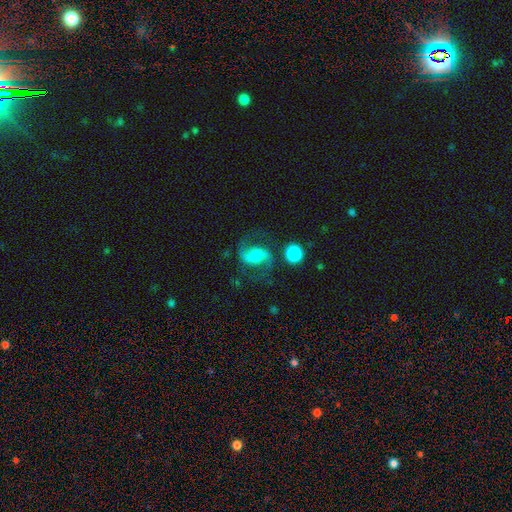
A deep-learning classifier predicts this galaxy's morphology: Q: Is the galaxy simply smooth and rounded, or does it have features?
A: featured or disk — 81%.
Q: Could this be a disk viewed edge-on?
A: no — 98%.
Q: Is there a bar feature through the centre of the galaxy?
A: weak — 42%.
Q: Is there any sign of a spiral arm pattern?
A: yes — 96%.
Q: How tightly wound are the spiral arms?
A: loose — 49%.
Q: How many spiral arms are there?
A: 2 — 93%.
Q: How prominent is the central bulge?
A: moderate — 52%.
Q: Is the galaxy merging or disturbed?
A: none — 70%.